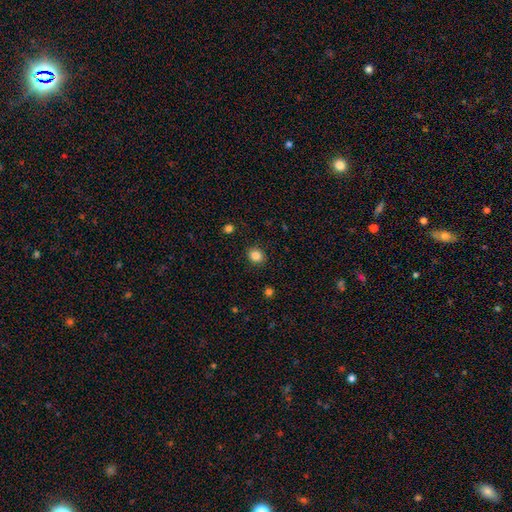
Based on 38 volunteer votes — This is clearly a smooth galaxy (95%). How rounded: likely round (72%). Merging: clearly none (97%).